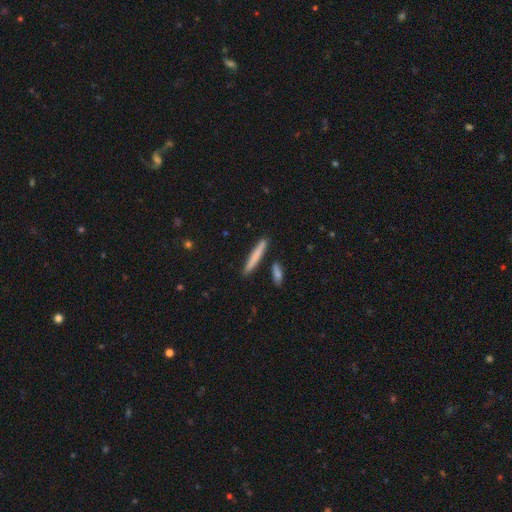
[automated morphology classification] Smooth or featured?
  - smooth: 72% *
  - featured or disk: 22%
  - star or artifact: 6%
How rounded?
  - cigar-shaped: 95% *
  - in between: 3%
  - round: 1%
Merging?
  - none: 86% *
  - minor disturbance: 8%
  - merger: 4%
  - major disturbance: 2%